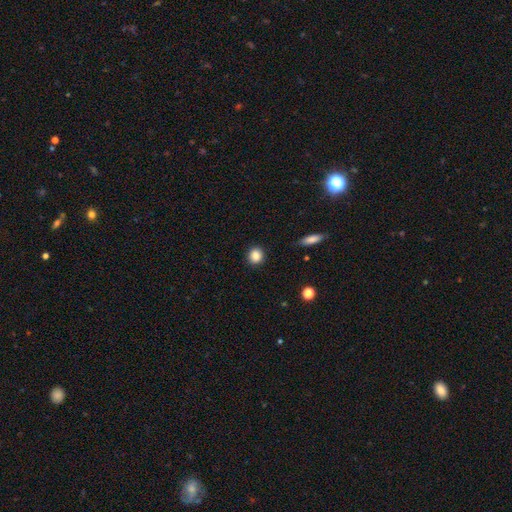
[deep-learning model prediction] Q: Smooth or featured?
A: smooth (86%); runner-up: star or artifact (9%)
Q: How rounded?
A: round (84%); runner-up: in between (15%)
Q: Merging?
A: none (91%); runner-up: minor disturbance (6%)